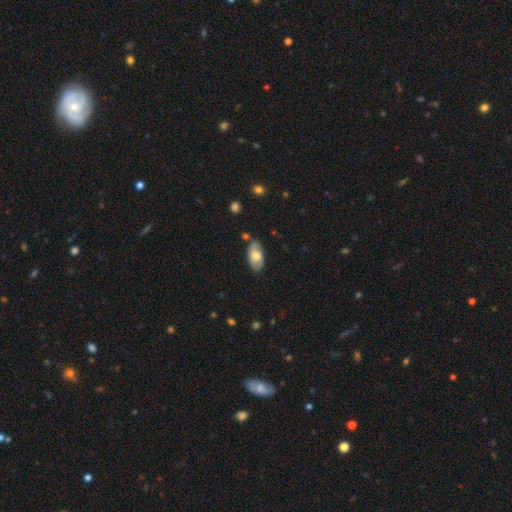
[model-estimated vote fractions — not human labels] Smooth or featured? smooth (69%)
How rounded? in between (94%)
Merging? none (74%)